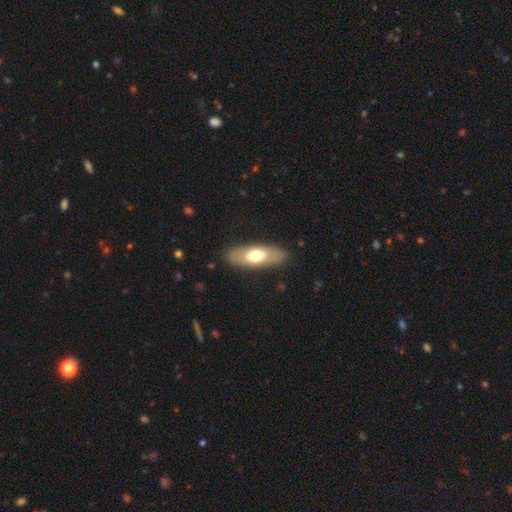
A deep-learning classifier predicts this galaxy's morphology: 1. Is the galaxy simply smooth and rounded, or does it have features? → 61% smooth, 34% featured or disk, 5% star or artifact.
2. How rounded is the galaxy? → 73% in between, 24% cigar-shaped, 3% round.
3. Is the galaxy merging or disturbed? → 86% none, 10% minor disturbance, 3% major disturbance, 1% merger.